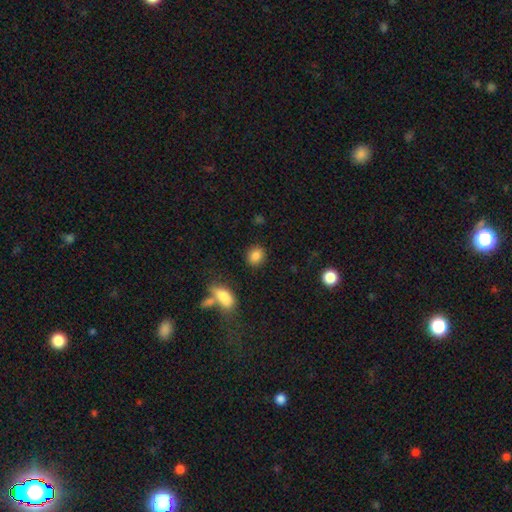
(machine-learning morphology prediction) Smooth or featured? Predicted: smooth (p=0.85). How rounded? Predicted: round (p=0.62). Merging? Predicted: none (p=0.85).